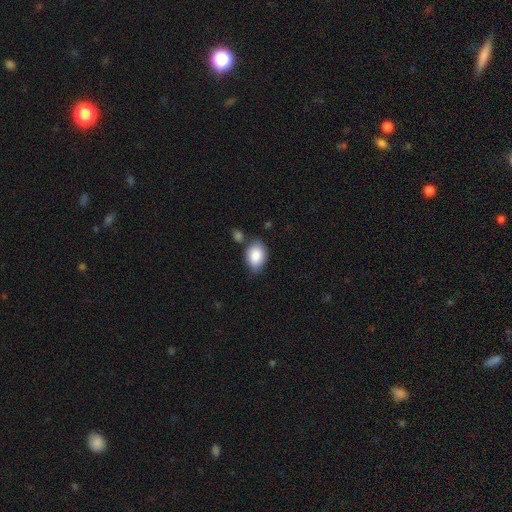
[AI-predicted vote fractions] The model was most divided on "merging": none: 69%, minor disturbance: 17%, merger: 10%, major disturbance: 4%. More confident: smooth or featured — smooth (87%); how rounded — in between (85%).